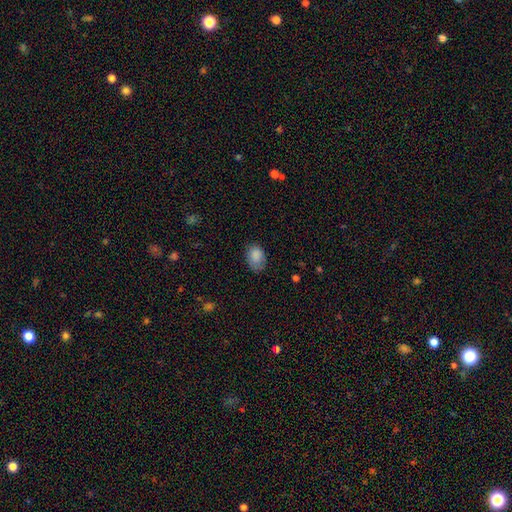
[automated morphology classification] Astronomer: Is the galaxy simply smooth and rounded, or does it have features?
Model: smooth — 85%.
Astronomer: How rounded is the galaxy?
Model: in between — 76%.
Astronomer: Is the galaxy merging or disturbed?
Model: none — 67%.